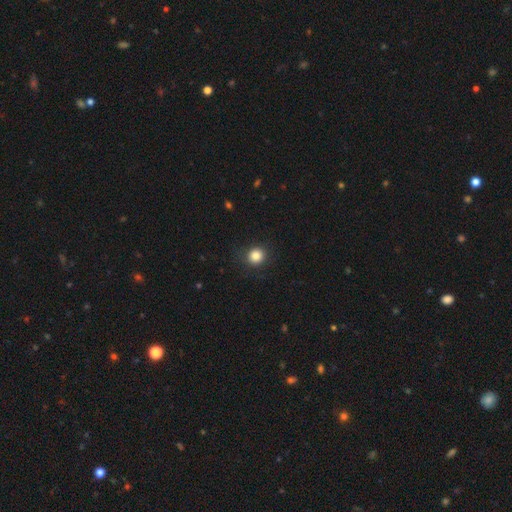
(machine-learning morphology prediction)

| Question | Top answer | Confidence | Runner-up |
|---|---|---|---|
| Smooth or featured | smooth | 85% | star or artifact (11%) |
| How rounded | round | 89% | in between (10%) |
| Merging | none | 87% | minor disturbance (9%) |